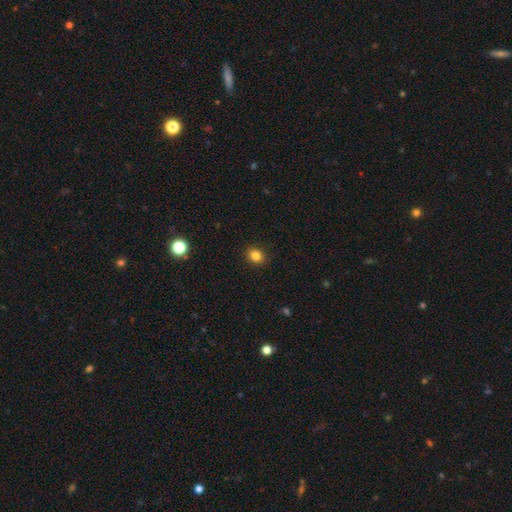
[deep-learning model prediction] Smooth or featured: smooth — 83% (star or artifact — 12%)
How rounded: round — 65% (in between — 34%)
Merging: none — 91% (minor disturbance — 6%)